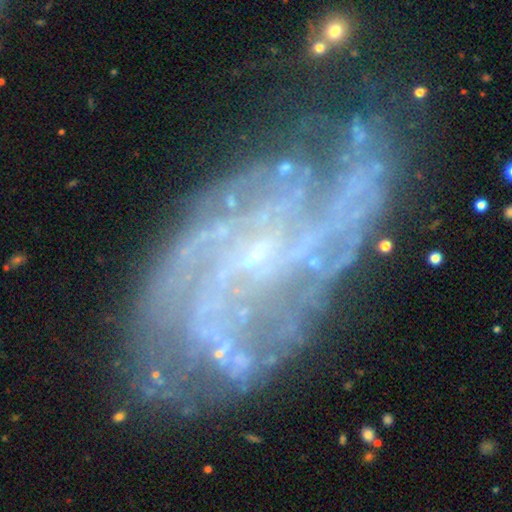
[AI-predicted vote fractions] A featured or disk galaxy (83%) with no bar (54%), tight (39%, tied with medium) spiral arms (90%) and a small central bulge (66%).

Vote fractions:
- Smooth or featured? featured or disk: 83% / star or artifact: 9% / smooth: 8%
- Edge-on disk? no: 96% / yes: 4%
- Bar? no: 54% / weak: 35% / strong: 11%
- Spiral arms? yes: 90% / no: 10%
- Spiral winding? tight: 39% (tied) / medium: 39% (tied) / loose: 22%
- Spiral arm count? can't tell: 33% / 2: 21% / 3: 17% / 4: 14% / more than 4: 9% / 1: 8%
- Bulge size? small: 66% / none: 27% / moderate: 5% / large: 1% / dominant: 1%
- Merging? none: 59% / minor disturbance: 23% / major disturbance: 15% / merger: 3%